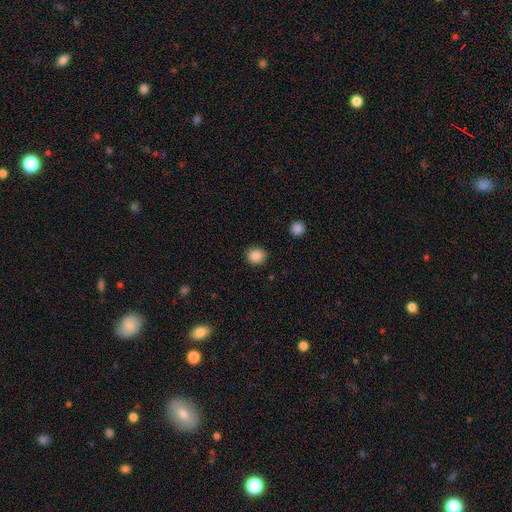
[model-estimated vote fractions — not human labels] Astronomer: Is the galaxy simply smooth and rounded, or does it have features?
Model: smooth — 87%.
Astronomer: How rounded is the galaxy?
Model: round — 85%.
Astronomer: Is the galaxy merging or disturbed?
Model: none — 88%.